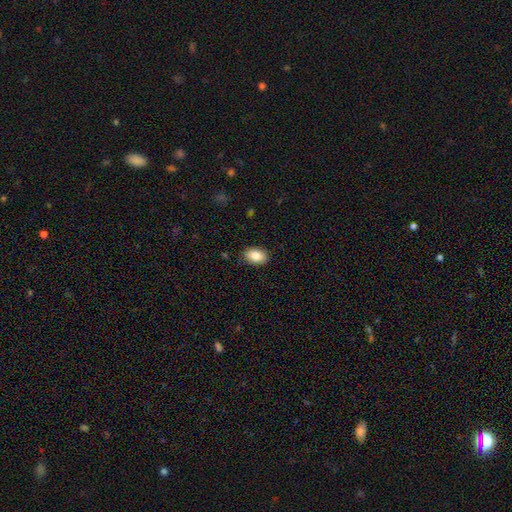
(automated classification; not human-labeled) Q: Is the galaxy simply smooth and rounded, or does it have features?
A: smooth — 85%.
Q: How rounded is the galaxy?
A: in between — 89%.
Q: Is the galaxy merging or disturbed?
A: none — 87%.